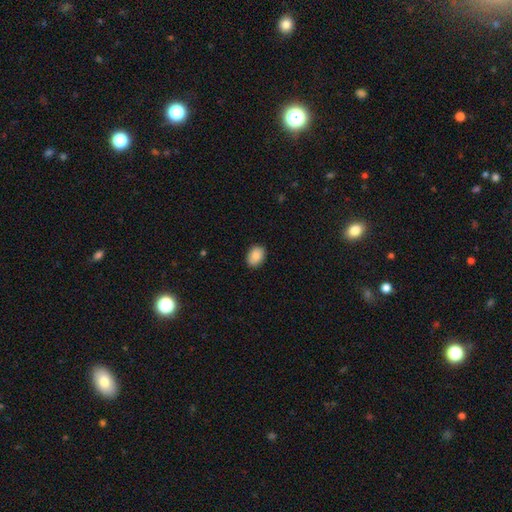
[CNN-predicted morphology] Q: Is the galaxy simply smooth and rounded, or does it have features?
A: smooth — 88%.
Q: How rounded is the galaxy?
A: in between — 71%.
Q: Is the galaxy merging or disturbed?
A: none — 88%.